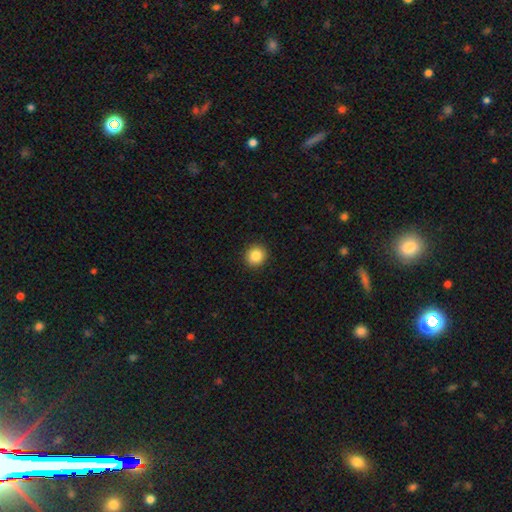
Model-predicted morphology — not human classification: Q: Smooth or featured?
A: smooth (85%); runner-up: star or artifact (10%)
Q: How rounded?
A: round (91%); runner-up: in between (8%)
Q: Merging?
A: none (92%); runner-up: minor disturbance (5%)